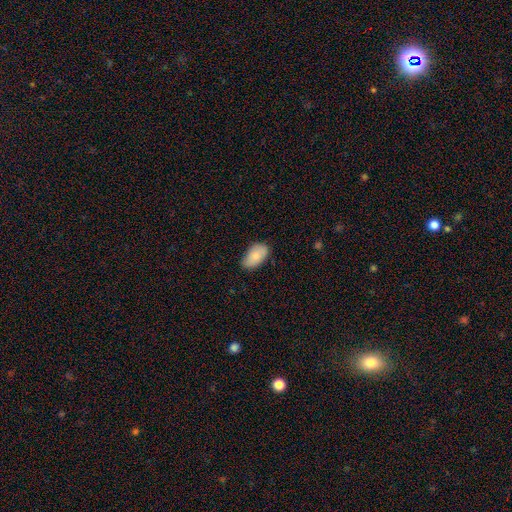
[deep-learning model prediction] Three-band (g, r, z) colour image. It shows a smooth galaxy with no disk features (85%) that is in between round and cigar-shaped (95%). Merging: none (72%).